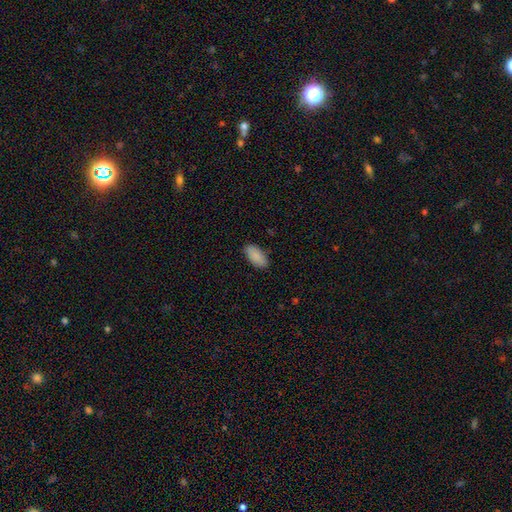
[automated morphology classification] smooth-or-featured: smooth: 89% | star or artifact: 6% | featured or disk: 5%
  how-rounded: in between: 92% | cigar-shaped: 6% | round: 2%
  merging: none: 87% | minor disturbance: 10% | major disturbance: 2% | merger: 1%